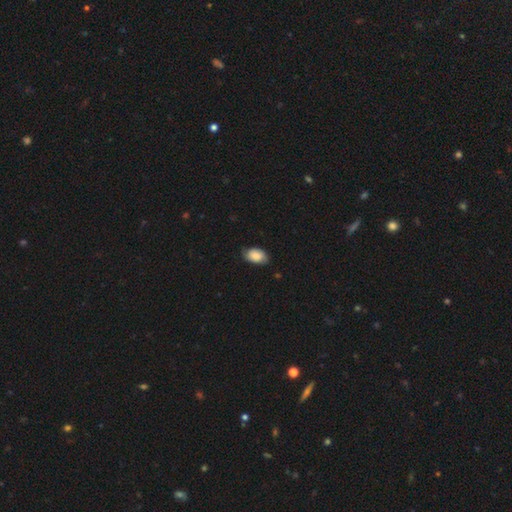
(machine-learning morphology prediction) This is likely a smooth galaxy (76%). How rounded: clearly in between (90%). Merging: likely none (72%).